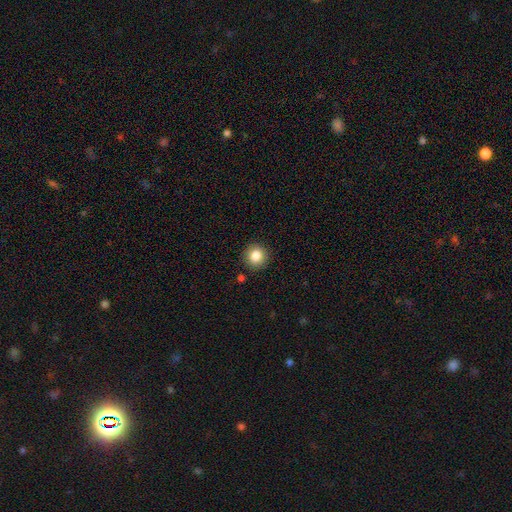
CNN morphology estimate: Smooth or featured: smooth — 84% (star or artifact — 10%)
How rounded: round — 92% (in between — 7%)
Merging: none — 90% (minor disturbance — 7%)